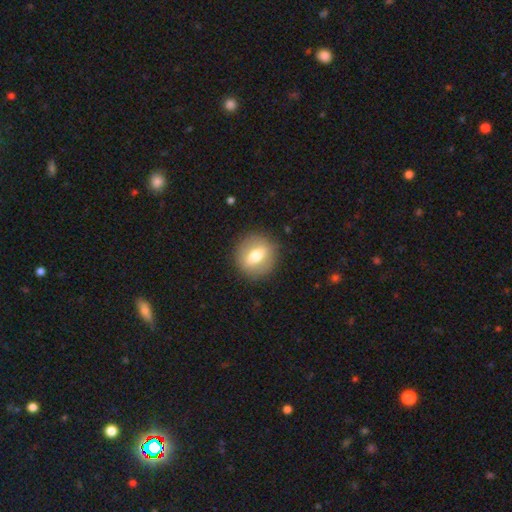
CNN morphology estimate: This appears to be a smooth galaxy with no disk features (57%) that is round (78%). Merging: none (88%).